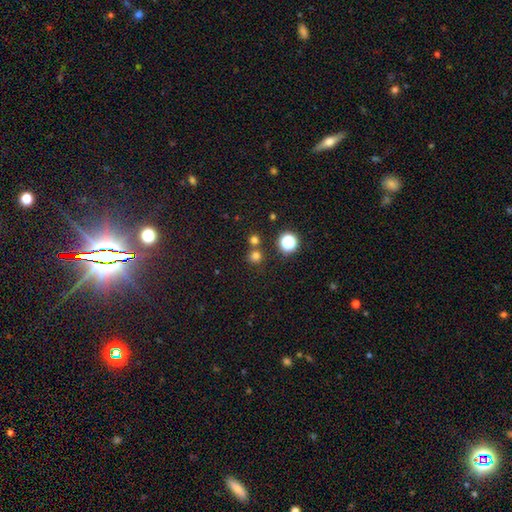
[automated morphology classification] Smooth or featured: smooth — 71% (star or artifact — 23%)
How rounded: round — 92% (in between — 7%)
Merging: none — 72% (merger — 19%)